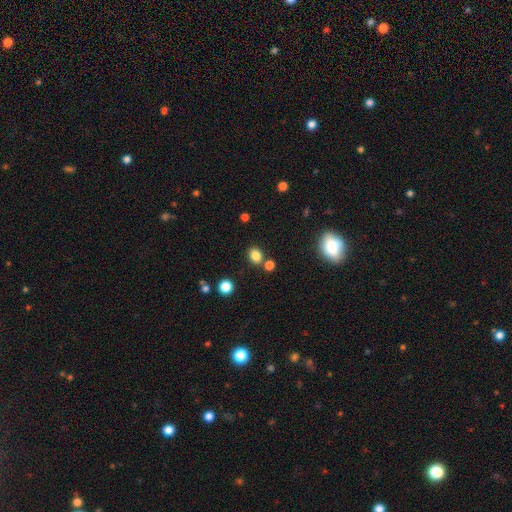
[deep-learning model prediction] smooth_or_featured: smooth (p=0.81) [alt: star or artifact p=0.13]
how_rounded: in between (p=0.53) [alt: round p=0.46]
merging: none (p=0.73) [alt: merger p=0.13]